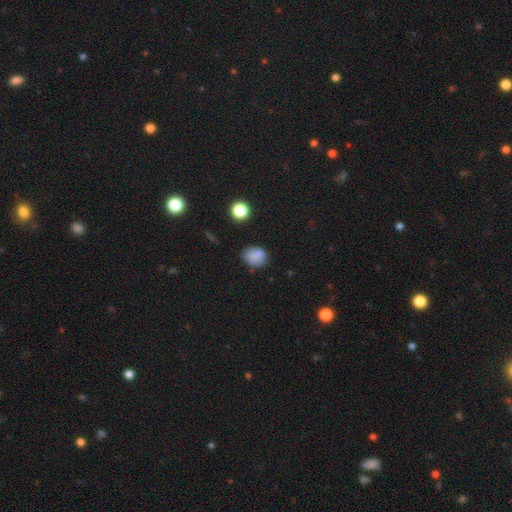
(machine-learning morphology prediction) The model was most divided on "how rounded": round: 56%, in between: 43%, cigar-shaped: 1%. More confident: smooth or featured — smooth (80%); merging — none (67%).